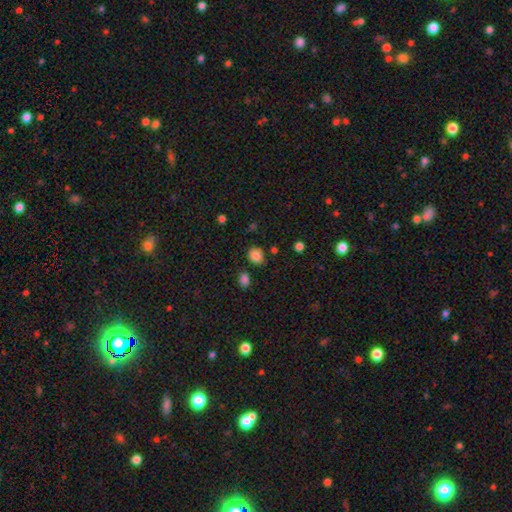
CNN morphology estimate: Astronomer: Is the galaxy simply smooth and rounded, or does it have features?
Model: smooth — 84%.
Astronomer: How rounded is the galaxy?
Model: round — 65%.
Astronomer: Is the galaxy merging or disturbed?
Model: none — 82%.